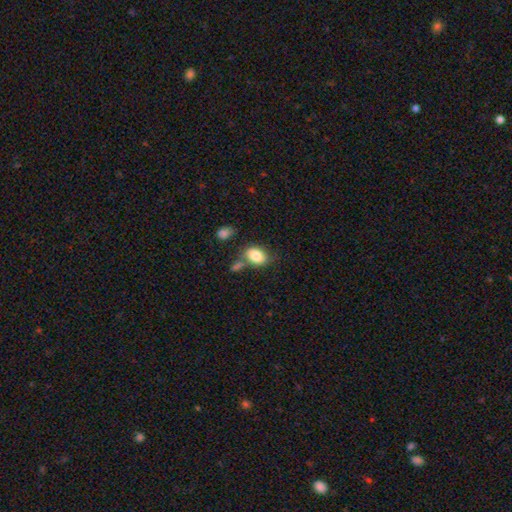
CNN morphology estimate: This appears to be a smooth galaxy with no disk features (83%) that is in between round and cigar-shaped (80%). Merging: none (56%).